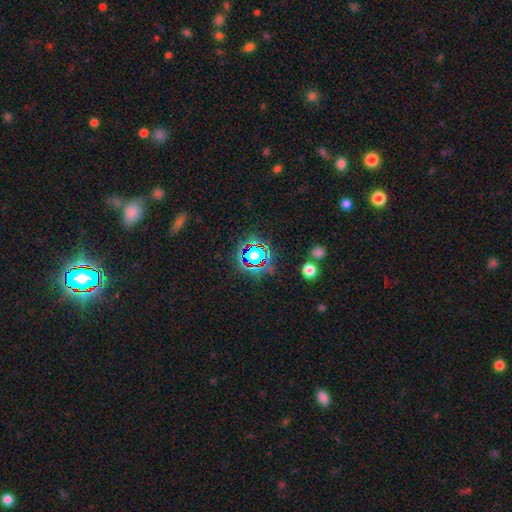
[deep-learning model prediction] The model was most divided on "smooth or featured": star or artifact: 62%, smooth: 26%, featured or disk: 12%.